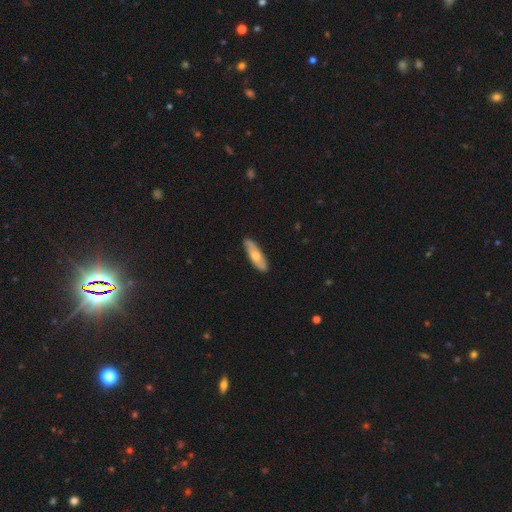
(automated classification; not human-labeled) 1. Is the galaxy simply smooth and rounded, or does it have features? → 56% smooth, 39% featured or disk, 5% star or artifact.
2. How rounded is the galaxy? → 49% cigar-shaped (tied), 49% in between (tied), 2% round.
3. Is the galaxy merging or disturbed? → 86% none, 11% minor disturbance, 2% major disturbance, 1% merger.